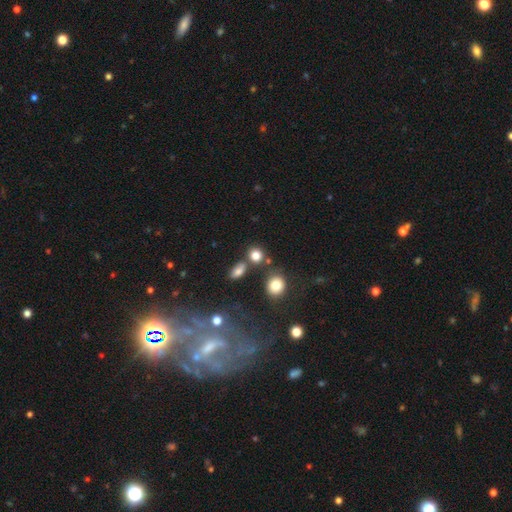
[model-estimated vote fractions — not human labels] The model was most divided on "merging": none: 68%, merger: 17%, minor disturbance: 10%, major disturbance: 5%. More confident: smooth or featured — smooth (81%); how rounded — round (78%).